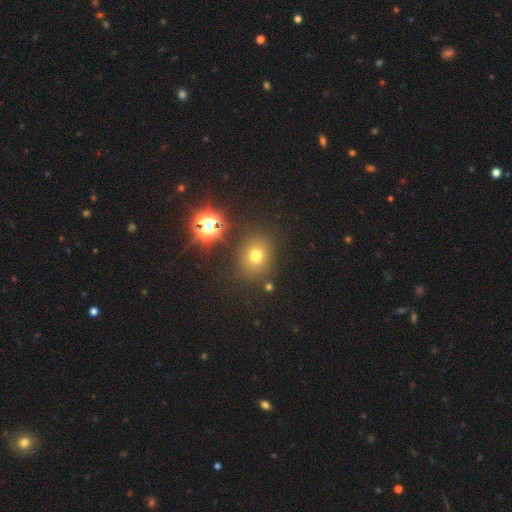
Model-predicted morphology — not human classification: A smooth galaxy with no disk features (68%) that is round (73%). Merging: none (83%).